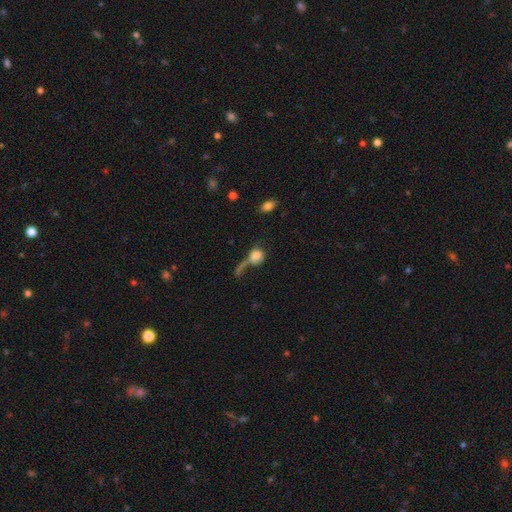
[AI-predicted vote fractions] Smooth or featured? smooth (72%)
How rounded? round (68%)
Merging? major disturbance (30%)